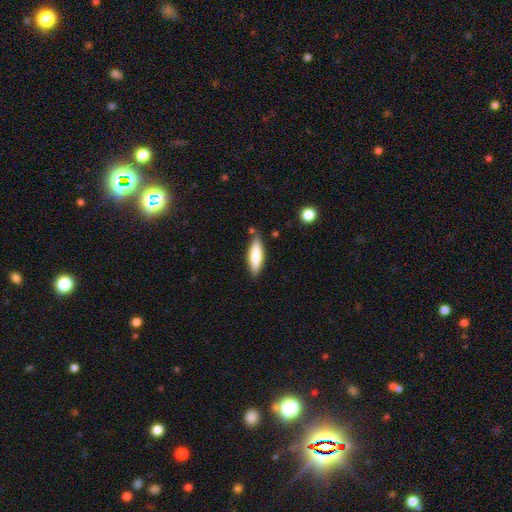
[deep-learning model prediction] Overall: smooth (74%). How rounded: cigar-shaped (55%; in between 44%). Merging: none (80%).